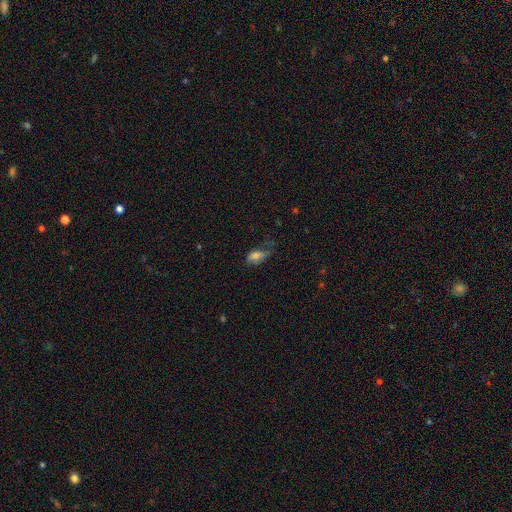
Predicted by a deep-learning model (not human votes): Morphology: type=smooth (75%); roundness=in between (89%); merging=none (40%).